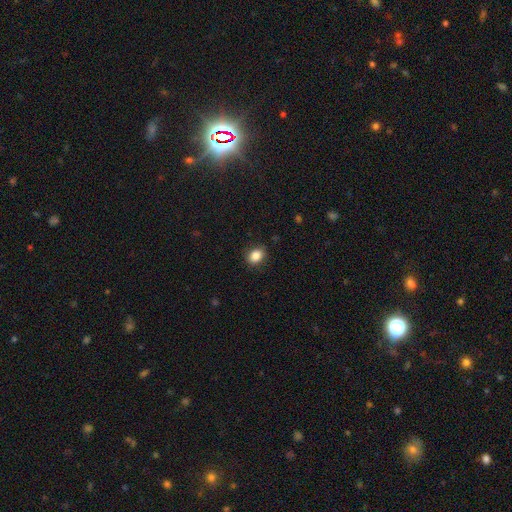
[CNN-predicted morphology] type=smooth (86%); roundness=in between (60%); merging=none (86%).